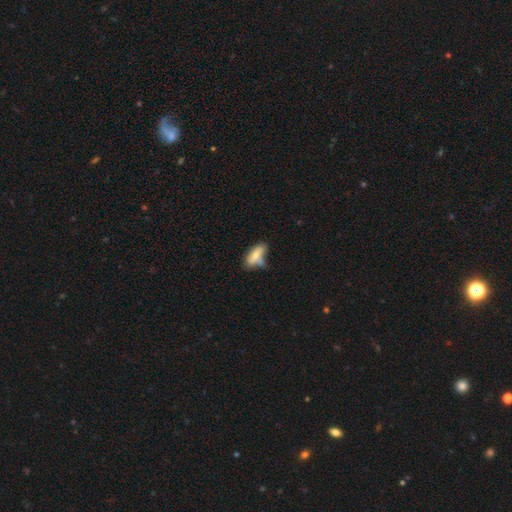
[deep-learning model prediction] Smooth or featured: smooth — 69% (featured or disk — 23%)
How rounded: in between — 81% (cigar-shaped — 15%)
Merging: none — 37% (minor disturbance — 29%)